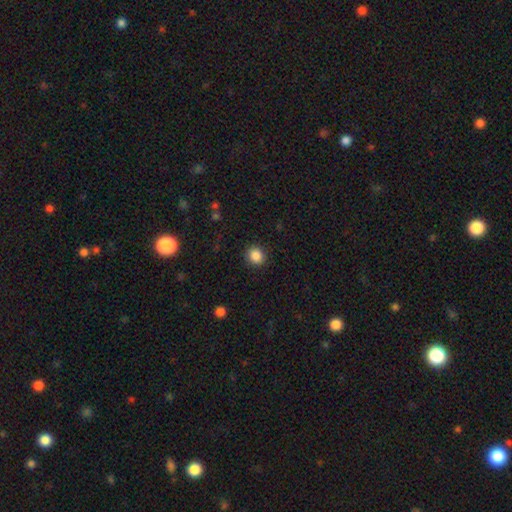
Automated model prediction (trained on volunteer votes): This is clearly a smooth galaxy (87%). How rounded: clearly round (83%). Merging: clearly none (90%).